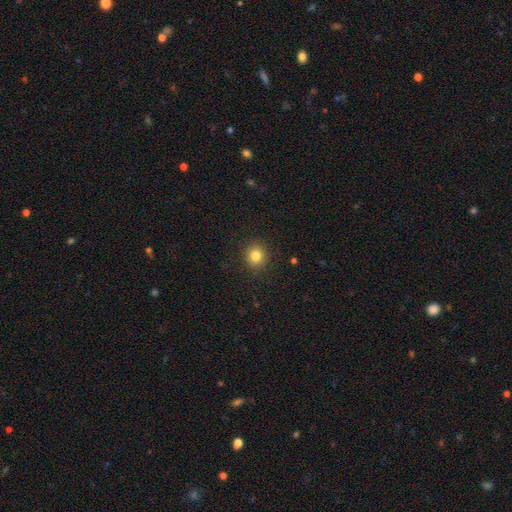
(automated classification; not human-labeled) smooth 83%, star or artifact 12%, featured or disk 6%. Down the decision tree: how rounded — round (85%); merging — none (90%).